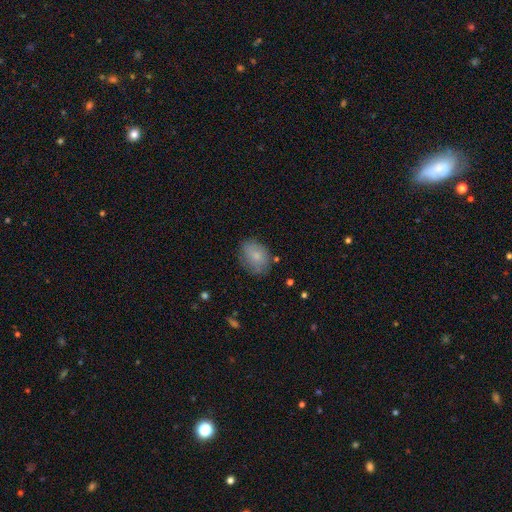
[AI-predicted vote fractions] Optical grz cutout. It shows a smooth galaxy with no disk features (78%) that is in between round and cigar-shaped (67%). Merging: none (74%).